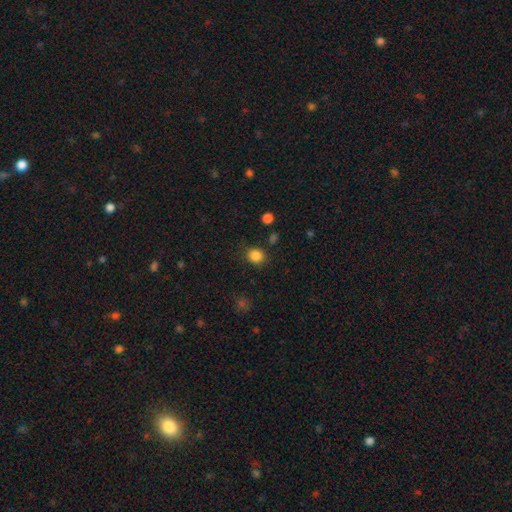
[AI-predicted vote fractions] This appears to be a smooth galaxy with no disk features (85%) that is round (73%). Merging: none (83%).